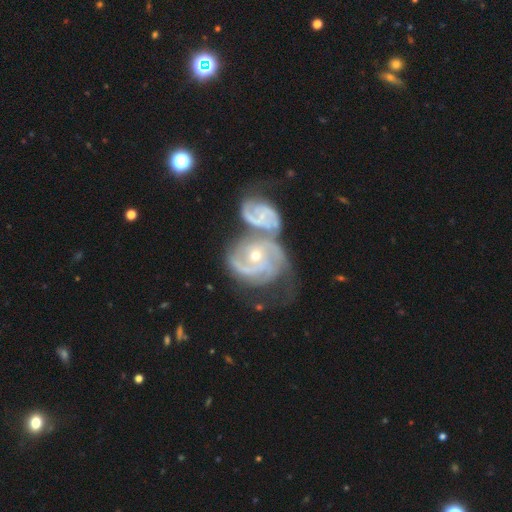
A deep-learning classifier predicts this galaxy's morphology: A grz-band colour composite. It shows a featured or disk galaxy (89%) with no bar (68%), 3 (37%) tight (54%) spiral arms (97%) and a small central bulge (59%). Merging: merger (56%).